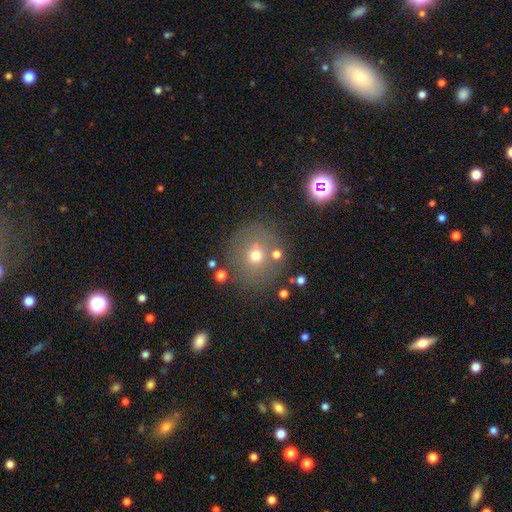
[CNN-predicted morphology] This is likely a smooth galaxy (64%). How rounded: clearly round (88%). Merging: likely none (78%).